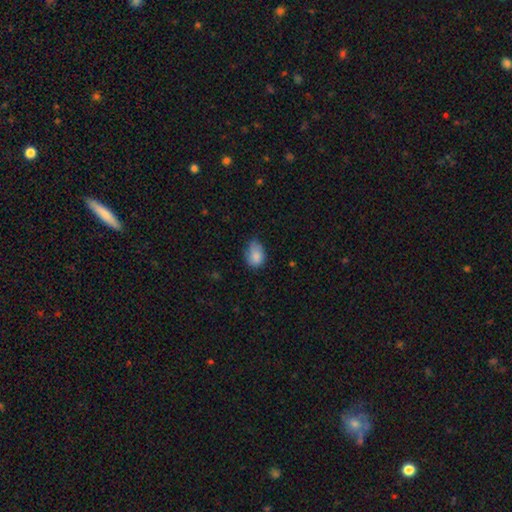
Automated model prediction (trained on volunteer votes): smooth 84%, star or artifact 8%, featured or disk 8%. Down the decision tree: how rounded — in between (77%); merging — none (47%).